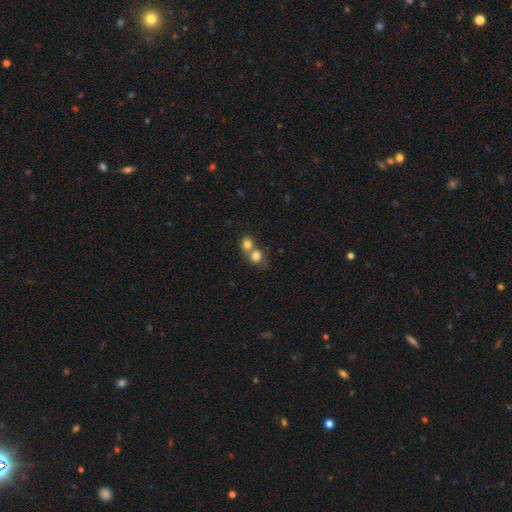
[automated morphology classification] Q: Smooth or featured?
A: smooth (78%); runner-up: featured or disk (12%)
Q: How rounded?
A: round (69%); runner-up: in between (30%)
Q: Merging?
A: merger (63%); runner-up: none (28%)